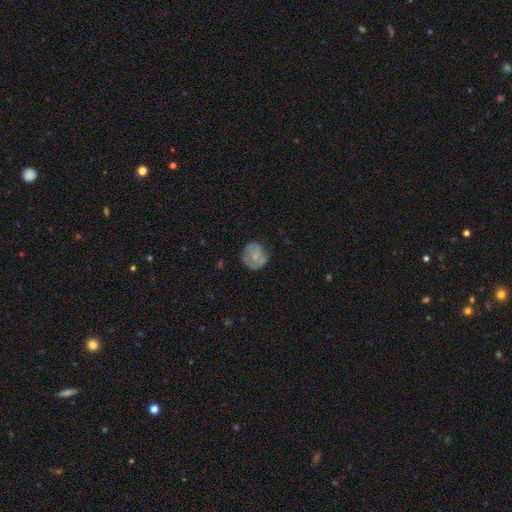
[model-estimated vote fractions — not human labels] Smooth or featured? smooth (56%)
How rounded? round (83%)
Merging? none (64%)